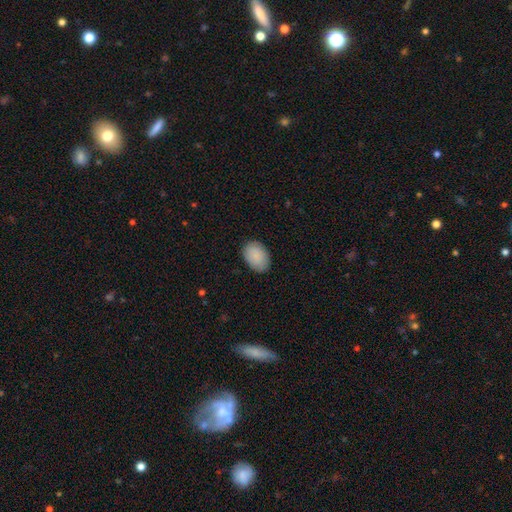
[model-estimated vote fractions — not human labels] smooth_or_featured: smooth (p=0.89) [alt: star or artifact p=0.06]
how_rounded: in between (p=0.85) [alt: round p=0.14]
merging: none (p=0.85) [alt: minor disturbance p=0.12]